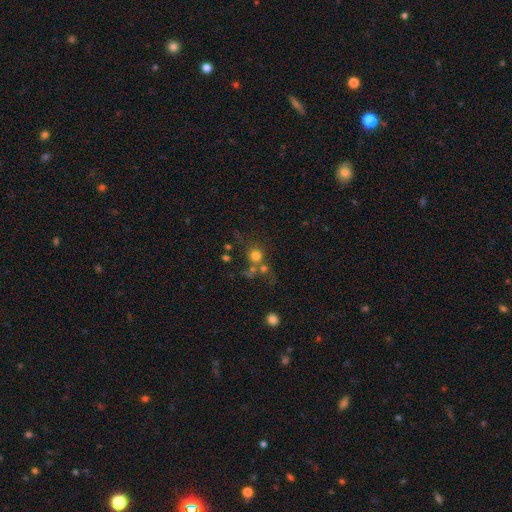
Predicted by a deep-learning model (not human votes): This is likely a smooth galaxy (72%). How rounded: clearly round (90%). Merging: possibly none (56%).